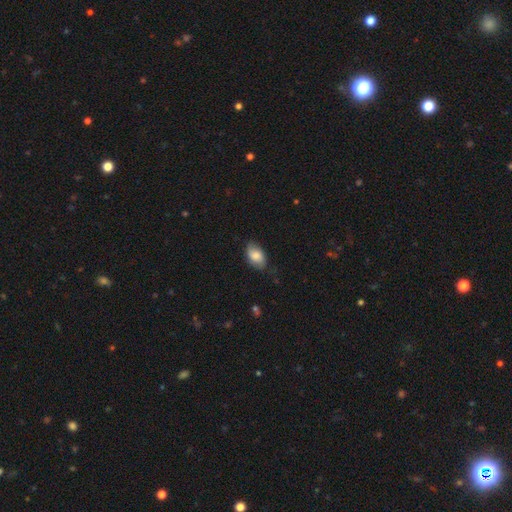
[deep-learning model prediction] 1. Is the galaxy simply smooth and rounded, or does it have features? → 79% smooth, 14% featured or disk, 7% star or artifact.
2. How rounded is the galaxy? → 92% in between, 6% round, 2% cigar-shaped.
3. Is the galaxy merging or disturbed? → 72% none, 22% minor disturbance, 4% major disturbance, 1% merger.